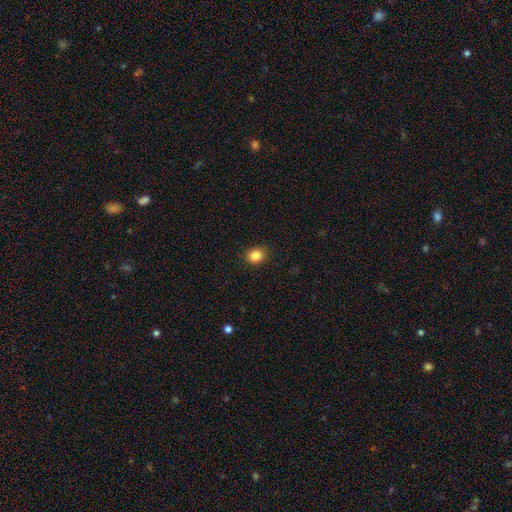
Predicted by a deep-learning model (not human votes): A smooth galaxy with no disk features (85%) that is round (67%). Merging: none (90%).